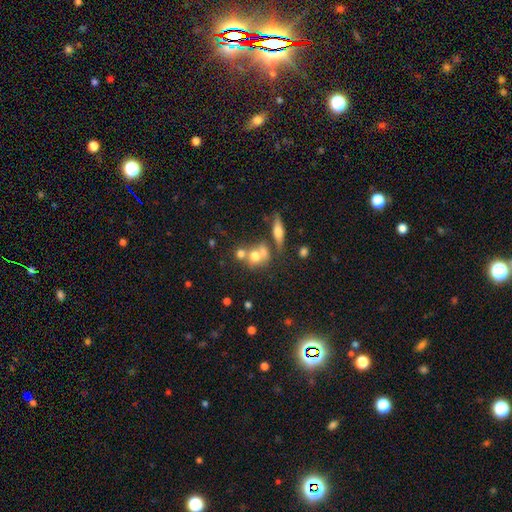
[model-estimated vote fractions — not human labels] This is likely a smooth galaxy (62%). How rounded: likely round (63%). Merging: possibly merger (46%).